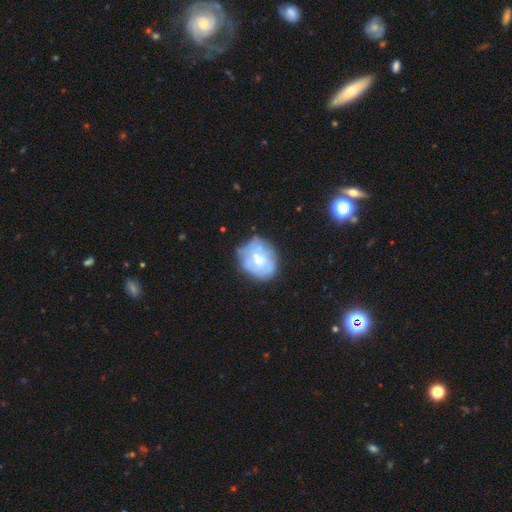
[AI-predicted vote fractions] smooth_or_featured: featured or disk (p=0.49) [alt: smooth p=0.43]
merging: none (p=0.65) [alt: minor disturbance p=0.22]